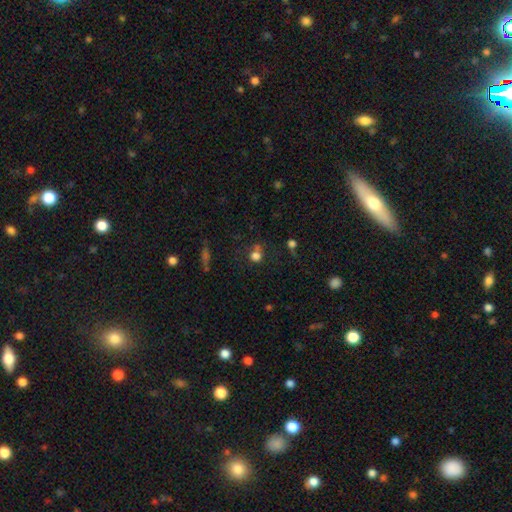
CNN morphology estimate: Q: Smooth or featured?
A: smooth (73%); runner-up: star or artifact (18%)
Q: How rounded?
A: round (80%); runner-up: in between (18%)
Q: Merging?
A: none (54%); runner-up: merger (20%)